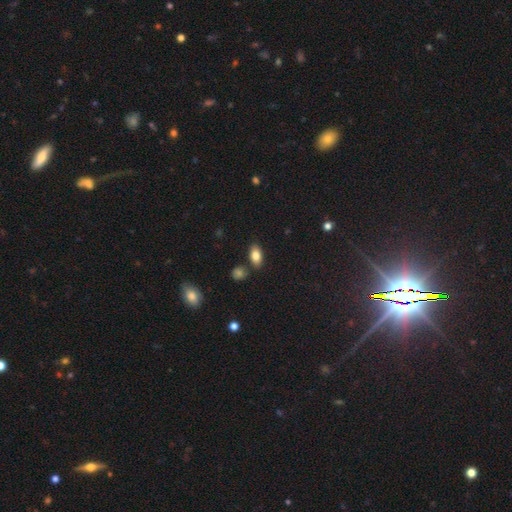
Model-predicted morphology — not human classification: smooth_or_featured: smooth (p=0.82) [alt: featured or disk p=0.09]
how_rounded: in between (p=0.90) [alt: round p=0.07]
merging: none (p=0.80) [alt: minor disturbance p=0.11]